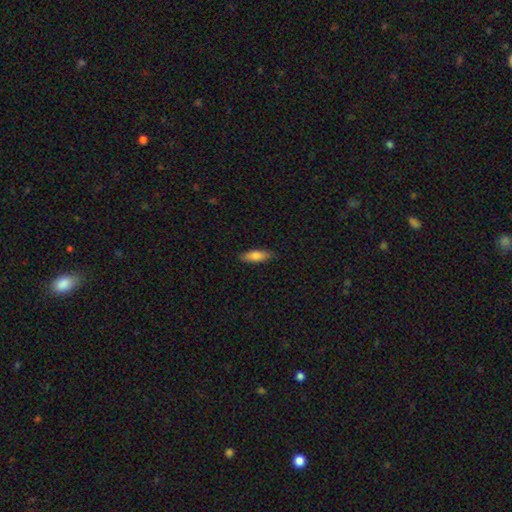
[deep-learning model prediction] Q: Smooth or featured?
A: smooth (78%); runner-up: featured or disk (16%)
Q: How rounded?
A: in between (56%); runner-up: cigar-shaped (42%)
Q: Merging?
A: none (86%); runner-up: minor disturbance (11%)